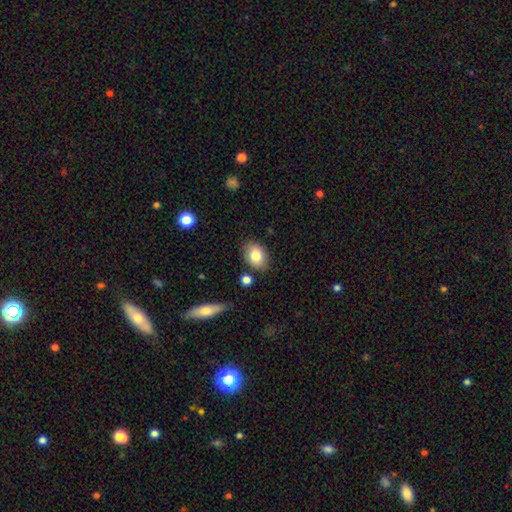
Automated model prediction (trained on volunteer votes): Overall: smooth (80%). How rounded: in between (78%). Merging: none (80%).